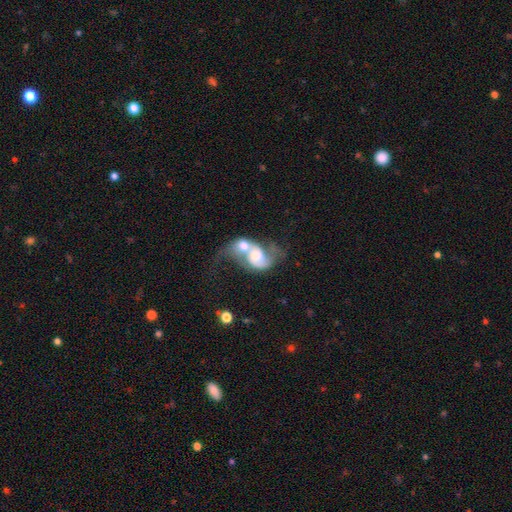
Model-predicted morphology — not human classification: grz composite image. It shows a featured or disk galaxy (65%) with no bar (62%), 2 (77%) loose (64%) spiral arms (79%) and a moderate central bulge (45%). Merging: merger (76%).